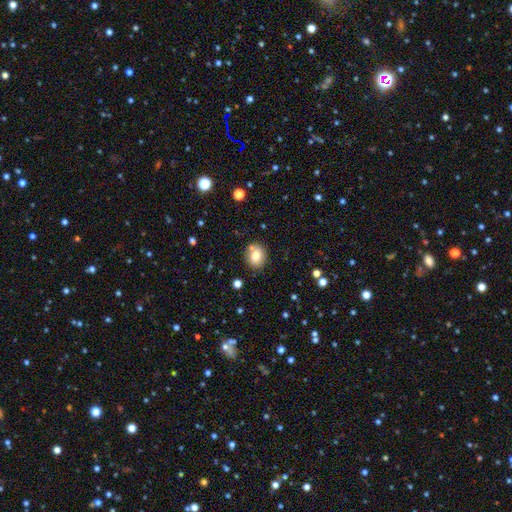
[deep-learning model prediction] Smooth or featured: smooth — 77% (featured or disk — 13%)
How rounded: round — 65% (in between — 34%)
Merging: none — 76% (minor disturbance — 12%)